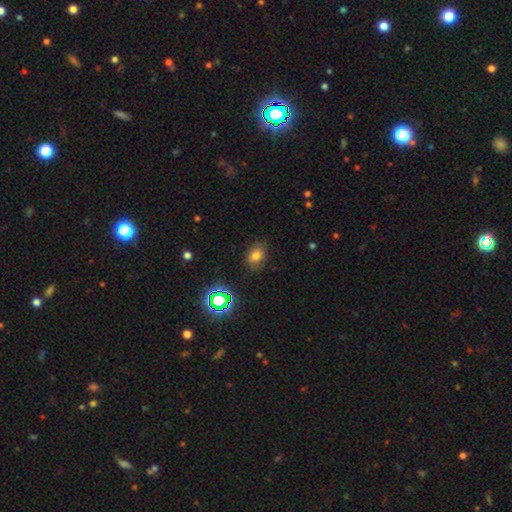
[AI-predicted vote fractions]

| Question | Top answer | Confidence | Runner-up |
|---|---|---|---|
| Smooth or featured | smooth | 73% | star or artifact (18%) |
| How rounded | in between | 64% | round (35%) |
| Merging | none | 80% | minor disturbance (14%) |